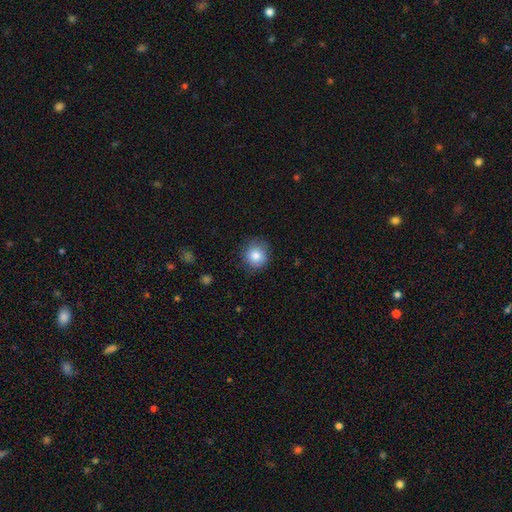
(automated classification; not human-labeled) This appears to be a smooth galaxy with no disk features (83%) that is round (89%). Merging: none (81%).